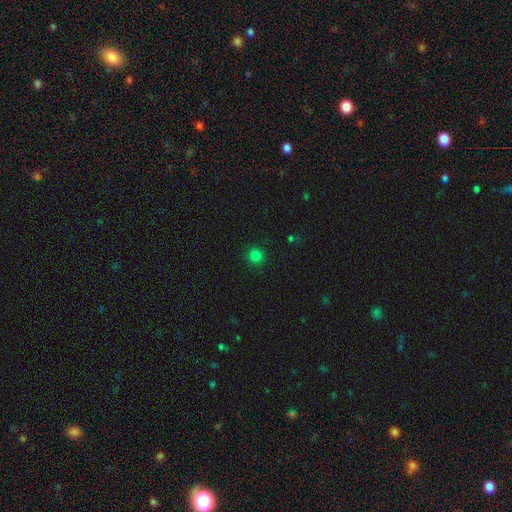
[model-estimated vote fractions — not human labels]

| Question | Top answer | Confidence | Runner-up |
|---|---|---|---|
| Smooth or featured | smooth | 79% | star or artifact (17%) |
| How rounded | round | 93% | in between (6%) |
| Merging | none | 90% | minor disturbance (6%) |